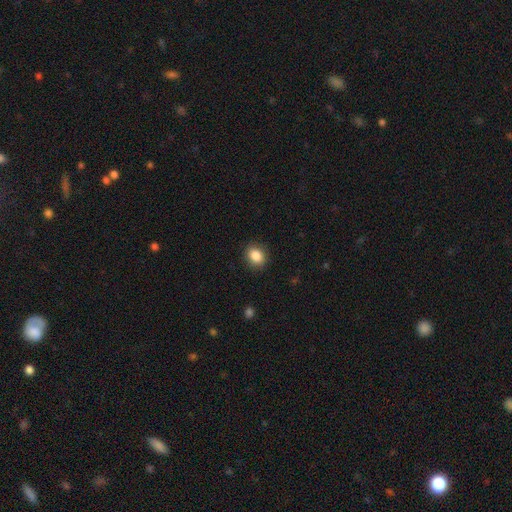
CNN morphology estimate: type=smooth (87%); roundness=round (56%); merging=none (88%).